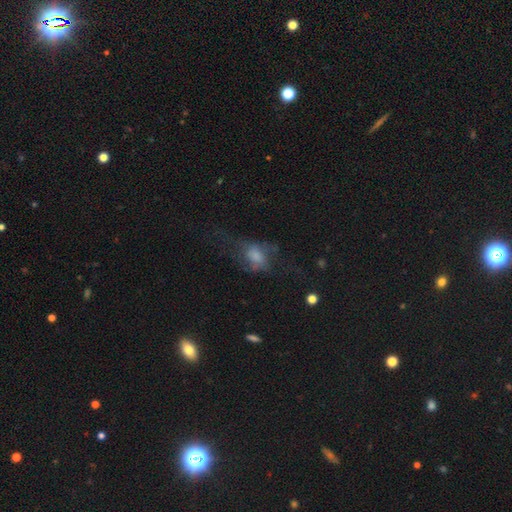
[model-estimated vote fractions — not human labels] This appears to be a smooth galaxy with no disk features (53%) that is in between round and cigar-shaped (75%). Merging: major disturbance (48%).